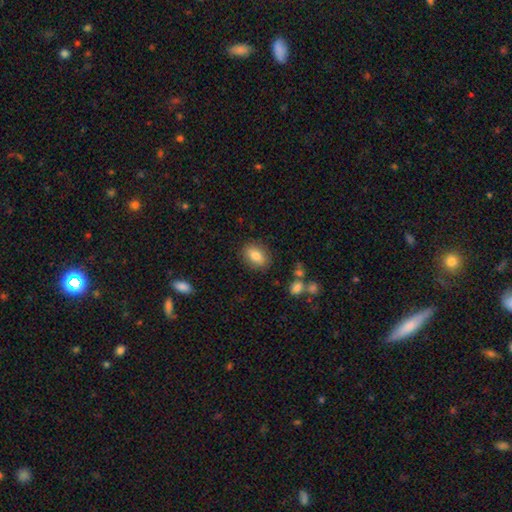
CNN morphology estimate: Overall: smooth (82%). How rounded: in between (79%). Merging: none (85%).